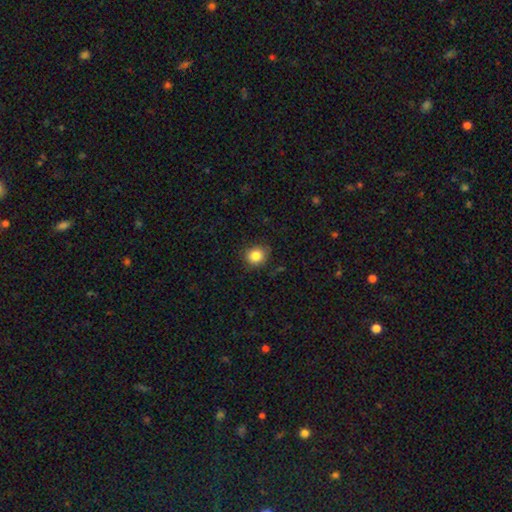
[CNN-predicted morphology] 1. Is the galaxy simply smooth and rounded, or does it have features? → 85% smooth, 10% star or artifact, 5% featured or disk.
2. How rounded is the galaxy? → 78% round, 21% in between, 1% cigar-shaped.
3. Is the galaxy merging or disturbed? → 83% none, 13% minor disturbance, 3% major disturbance, 1% merger.